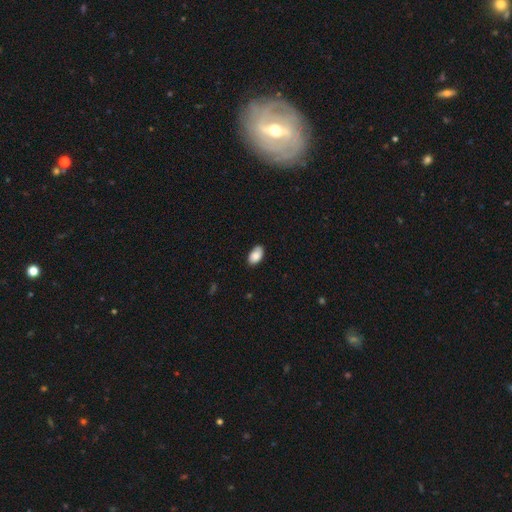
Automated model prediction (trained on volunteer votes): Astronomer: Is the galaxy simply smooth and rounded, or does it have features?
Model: smooth — 86%.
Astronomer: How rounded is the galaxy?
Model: in between — 94%.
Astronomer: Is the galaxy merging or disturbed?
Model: none — 80%.